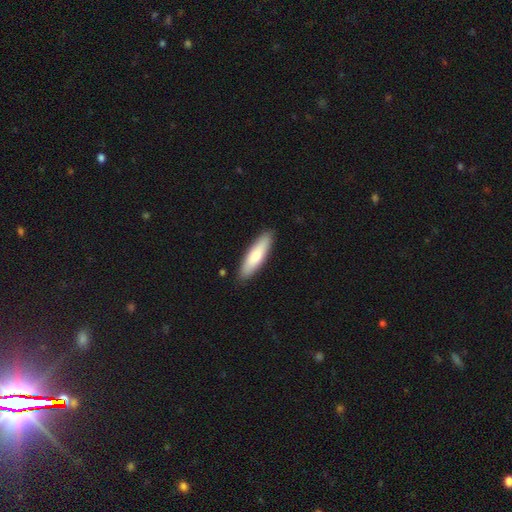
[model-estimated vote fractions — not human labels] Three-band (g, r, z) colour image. It shows a smooth galaxy with no disk features (73%) that is cigar-shaped (67%). Merging: none (89%).